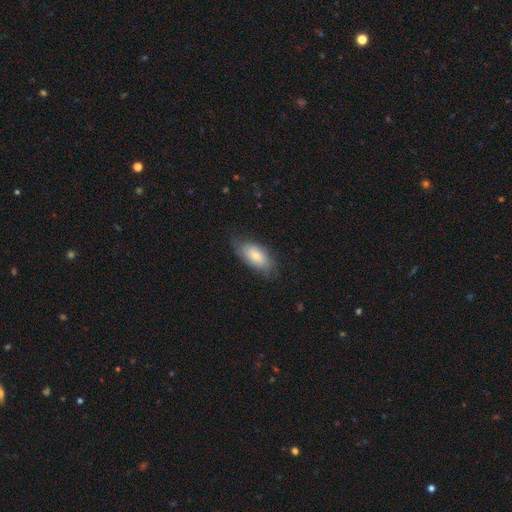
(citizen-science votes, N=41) This is likely a smooth galaxy (68%). How rounded: clearly in between (93%). Merging: likely none (69%).